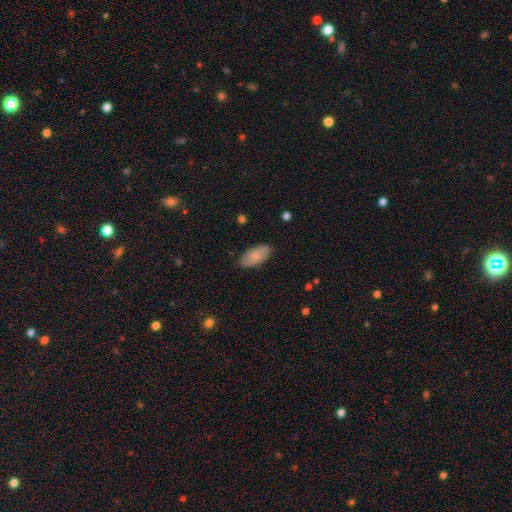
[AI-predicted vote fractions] Morphology: type=smooth (81%); roundness=in between (92%); merging=none (83%).